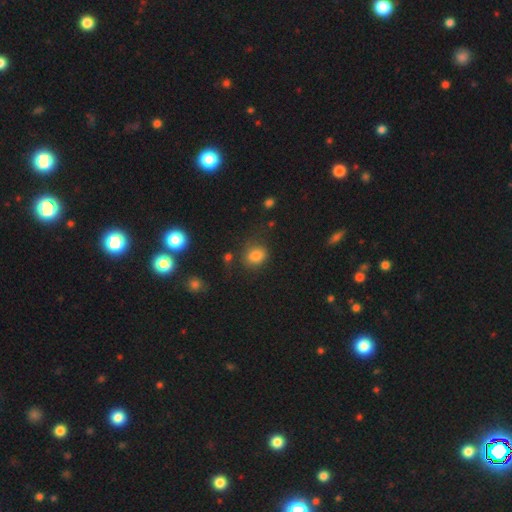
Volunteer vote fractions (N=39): Volunteers were most divided on "how rounded": round: 59%, in between: 41%, cigar-shaped: 0%. More confident: smooth or featured — smooth (82%); merging — none (61%).